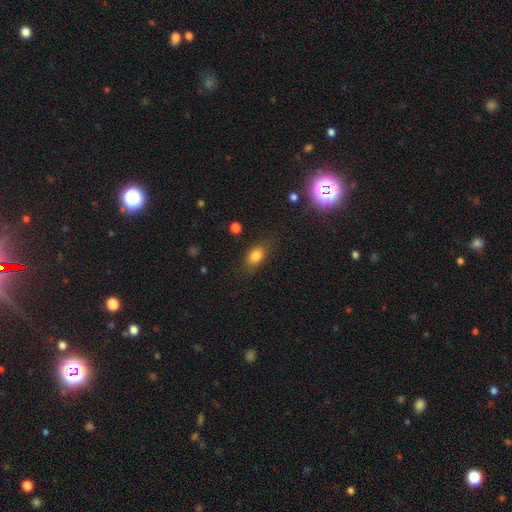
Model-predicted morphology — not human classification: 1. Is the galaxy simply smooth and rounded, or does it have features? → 81% smooth, 11% star or artifact, 9% featured or disk.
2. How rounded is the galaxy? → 80% in between, 15% round, 4% cigar-shaped.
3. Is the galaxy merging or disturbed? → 78% none, 15% minor disturbance, 5% major disturbance, 2% merger.